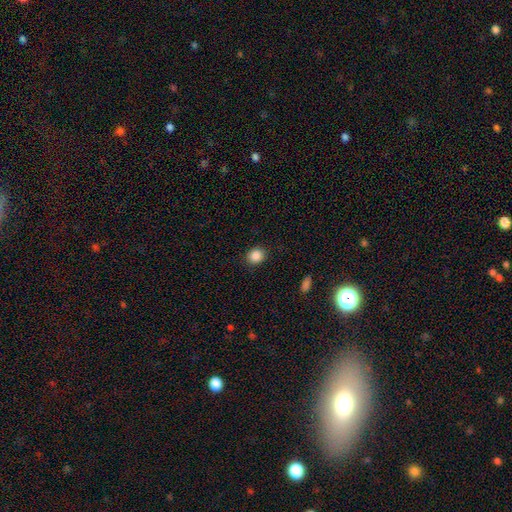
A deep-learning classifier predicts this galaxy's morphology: Q: Smooth or featured?
A: smooth (87%); runner-up: star or artifact (9%)
Q: How rounded?
A: round (69%); runner-up: in between (30%)
Q: Merging?
A: none (89%); runner-up: minor disturbance (8%)